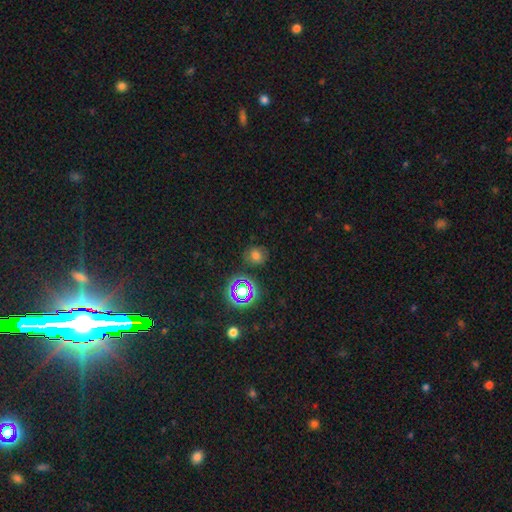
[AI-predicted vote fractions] Q: Smooth or featured?
A: smooth (64%); runner-up: star or artifact (25%)
Q: How rounded?
A: round (79%); runner-up: in between (20%)
Q: Merging?
A: none (79%); runner-up: minor disturbance (13%)